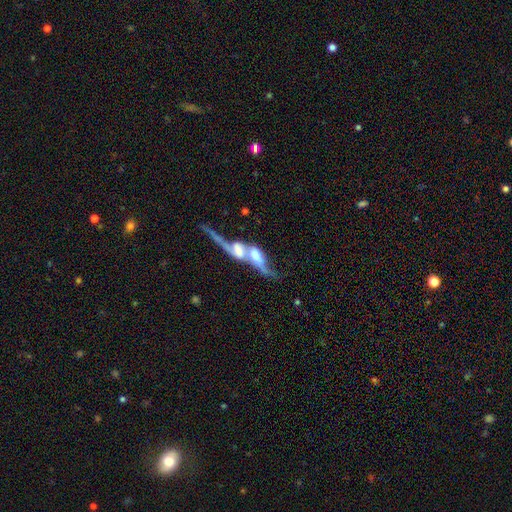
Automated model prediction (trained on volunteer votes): smooth_or_featured: featured or disk (p=0.62) [alt: smooth p=0.29]
disk_edge_on: no (p=0.76) [alt: yes p=0.24]
merging: merger (p=0.79) [alt: major disturbance p=0.10]